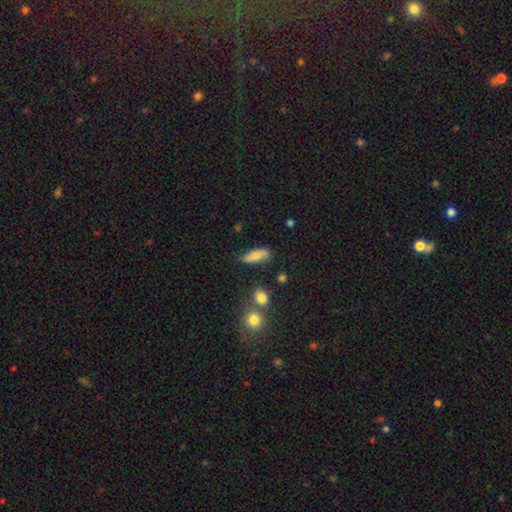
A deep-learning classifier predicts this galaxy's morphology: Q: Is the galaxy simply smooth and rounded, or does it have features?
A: smooth — 75%.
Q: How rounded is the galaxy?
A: in between — 59%.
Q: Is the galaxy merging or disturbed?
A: none — 73%.